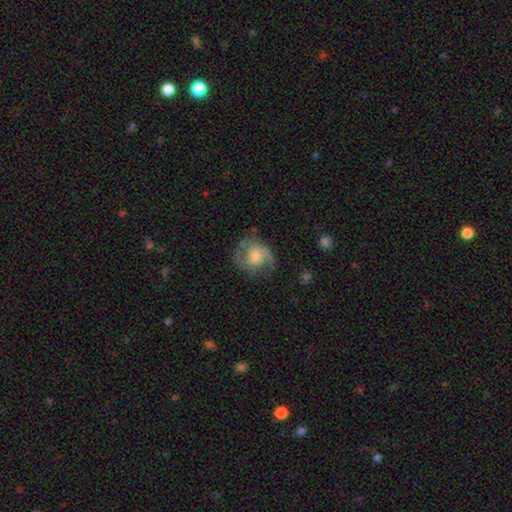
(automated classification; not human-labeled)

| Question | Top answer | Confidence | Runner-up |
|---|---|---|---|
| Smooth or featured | featured or disk | 67% | smooth (26%) |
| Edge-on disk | no | 98% | yes (2%) |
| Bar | no | 60% | weak (34%) |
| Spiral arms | yes | 90% | no (10%) |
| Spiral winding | medium | 49% | loose (27%) |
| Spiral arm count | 2 | 75% | can't tell (10%) |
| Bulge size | moderate | 54% | small (27%) |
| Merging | none | 64% | minor disturbance (21%) |